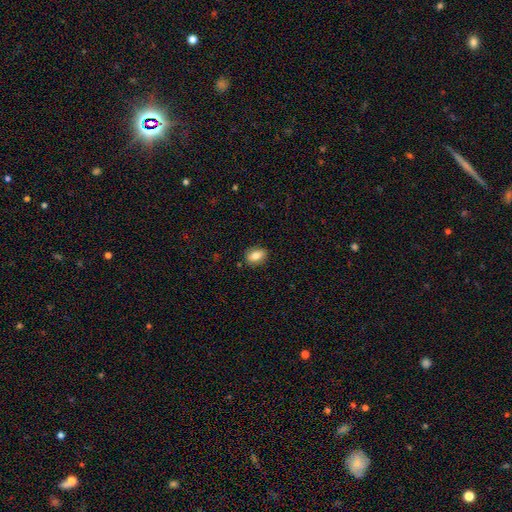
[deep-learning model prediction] smooth-or-featured: smooth: 82% | featured or disk: 10% | star or artifact: 8%
  how-rounded: in between: 80% | round: 17% | cigar-shaped: 3%
  merging: none: 85% | minor disturbance: 11% | major disturbance: 2% | merger: 1%